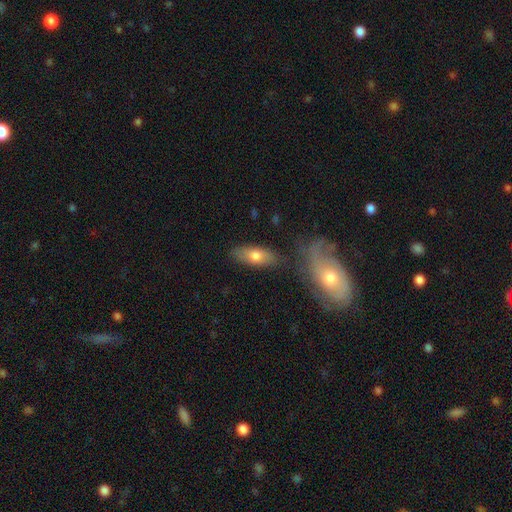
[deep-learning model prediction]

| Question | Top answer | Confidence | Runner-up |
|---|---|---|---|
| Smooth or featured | smooth | 67% | featured or disk (27%) |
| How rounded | in between | 75% | cigar-shaped (22%) |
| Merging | none | 75% | minor disturbance (13%) |